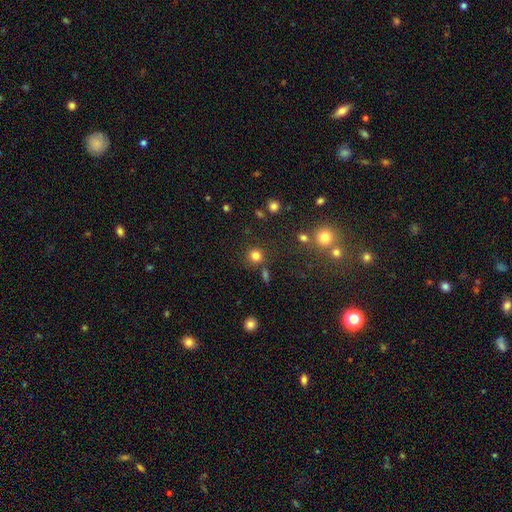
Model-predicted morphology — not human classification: Smooth or featured?
  - smooth: 80% *
  - star or artifact: 15%
  - featured or disk: 5%
How rounded?
  - round: 91% *
  - in between: 8%
  - cigar-shaped: 1%
Merging?
  - none: 83% *
  - minor disturbance: 8%
  - merger: 6%
  - major disturbance: 3%